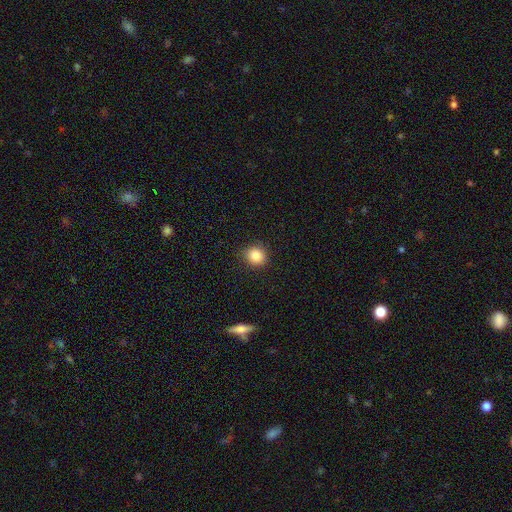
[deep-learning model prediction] This is clearly a smooth galaxy (84%). How rounded: clearly round (84%). Merging: clearly none (88%).